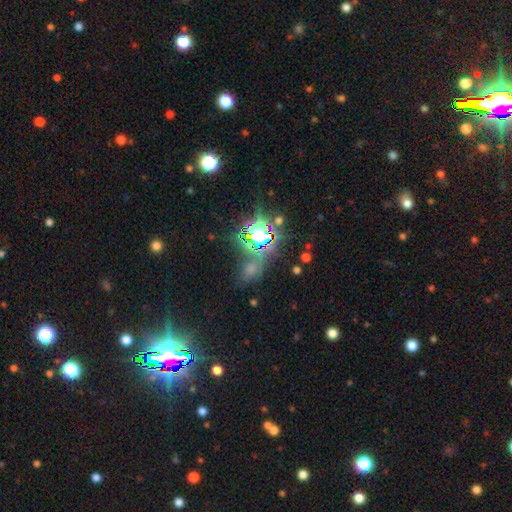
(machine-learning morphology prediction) The model was most divided on "smooth or featured": star or artifact: 82%, smooth: 11%, featured or disk: 8%.